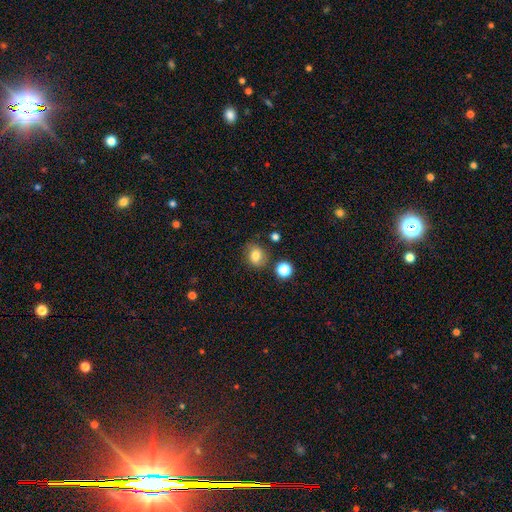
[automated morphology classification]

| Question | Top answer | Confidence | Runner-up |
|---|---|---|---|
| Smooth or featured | smooth | 79% | star or artifact (11%) |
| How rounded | round | 68% | in between (31%) |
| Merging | none | 75% | minor disturbance (16%) |